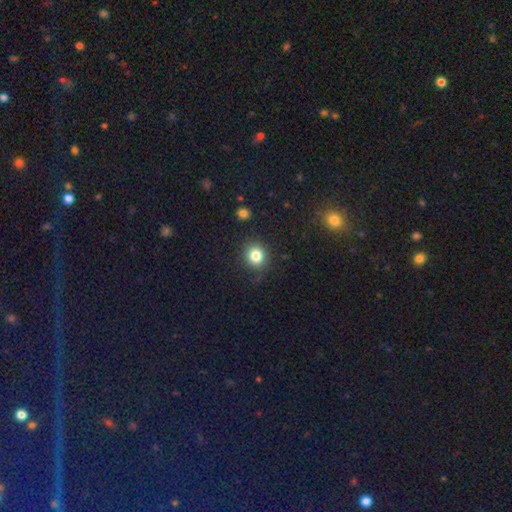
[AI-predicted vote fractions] A smooth galaxy with no disk features (82%) that is round (82%). Merging: none (82%).